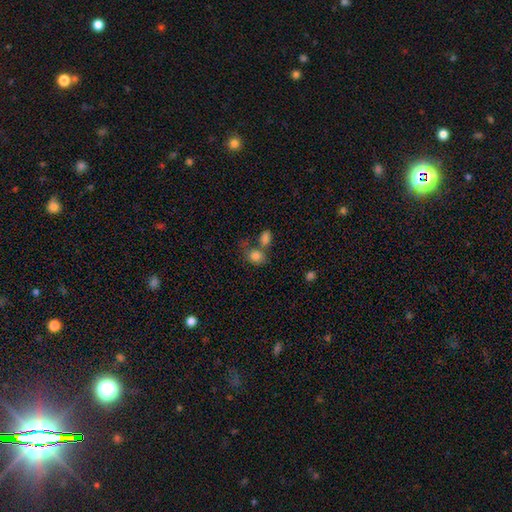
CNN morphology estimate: Smooth or featured: smooth — 81% (star or artifact — 11%)
How rounded: round — 50% (in between — 49%)
Merging: none — 42% (merger — 37%)